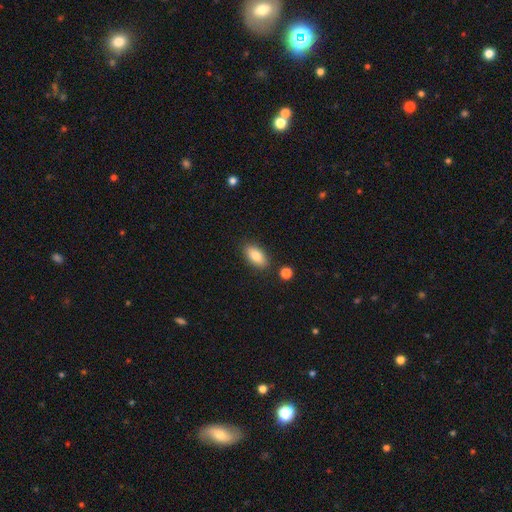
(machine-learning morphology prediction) The model was most divided on "smooth or featured": smooth: 83%, featured or disk: 10%, star or artifact: 7%. More confident: how rounded — in between (90%); merging — none (85%).